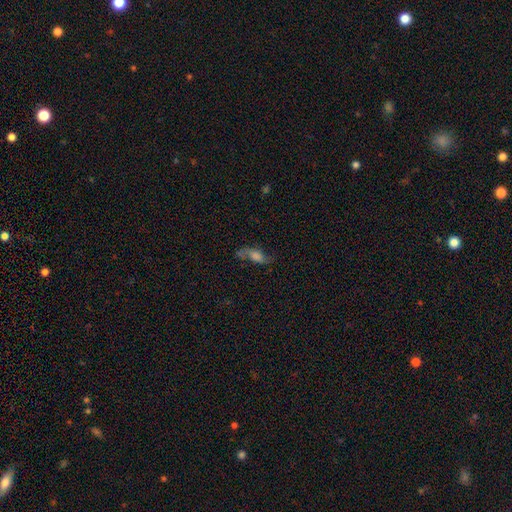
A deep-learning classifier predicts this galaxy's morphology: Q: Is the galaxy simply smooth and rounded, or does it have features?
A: featured or disk — 44%.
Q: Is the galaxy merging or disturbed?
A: none — 53%.